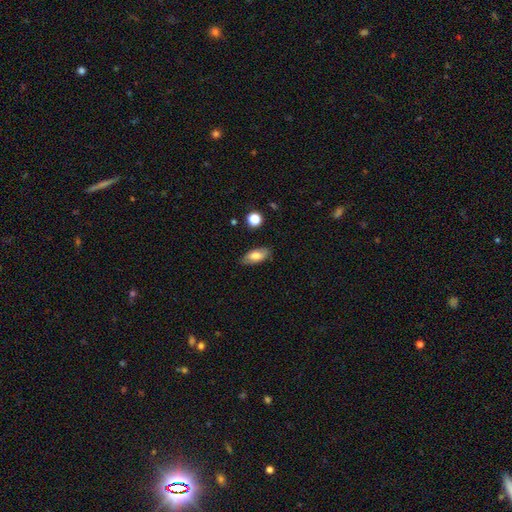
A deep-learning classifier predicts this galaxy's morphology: smooth-or-featured: smooth: 76% | featured or disk: 16% | star or artifact: 7%
  how-rounded: in between: 87% | cigar-shaped: 9% | round: 3%
  merging: none: 83% | minor disturbance: 13% | major disturbance: 3% | merger: 1%